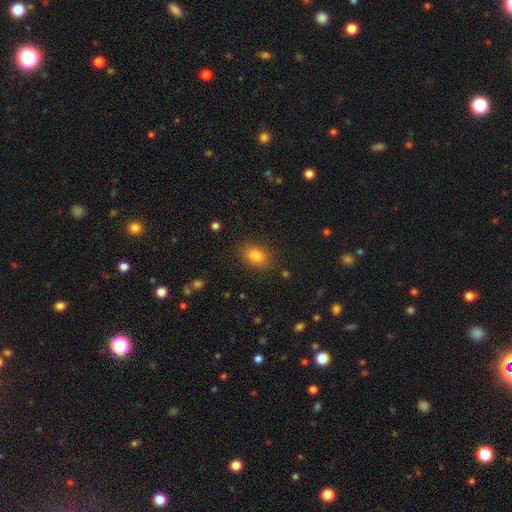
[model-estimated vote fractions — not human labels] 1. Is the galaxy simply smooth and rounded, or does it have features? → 83% smooth, 11% star or artifact, 7% featured or disk.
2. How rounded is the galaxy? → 80% in between, 18% round, 2% cigar-shaped.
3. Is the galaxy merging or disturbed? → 84% none, 11% minor disturbance, 4% major disturbance, 1% merger.